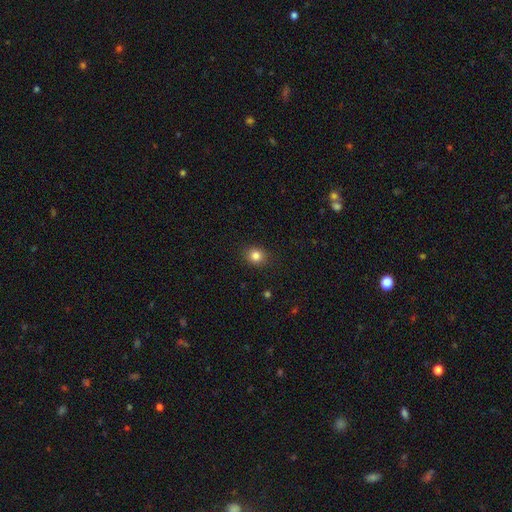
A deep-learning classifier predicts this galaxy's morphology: This appears to be a smooth galaxy with no disk features (83%) that is round (71%). Merging: none (88%).